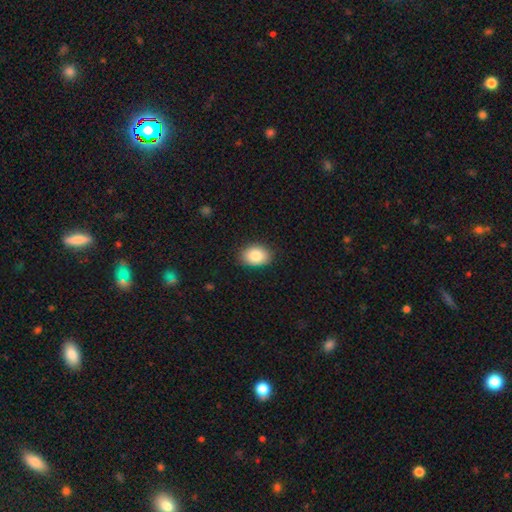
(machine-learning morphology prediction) This appears to be a smooth galaxy with no disk features (85%) that is in between round and cigar-shaped (79%). Merging: none (85%).